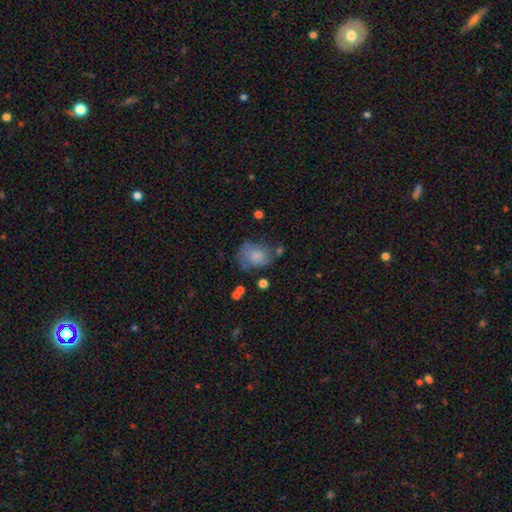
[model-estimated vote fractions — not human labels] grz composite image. It shows a smooth galaxy with no disk features (76%) that is in between round and cigar-shaped (54%). Merging: none (47%).